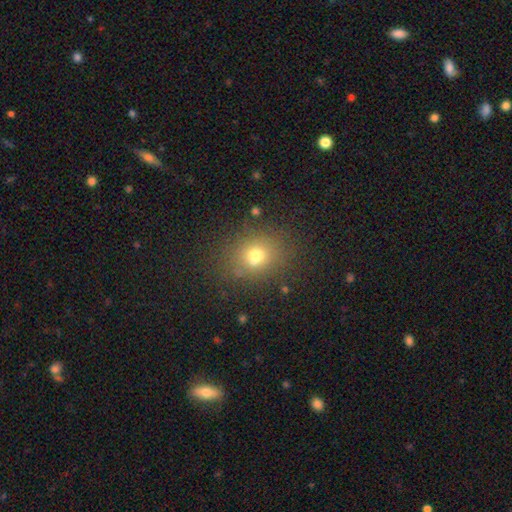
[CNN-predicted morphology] Smooth or featured: smooth — 69% (star or artifact — 18%)
How rounded: round — 64% (in between — 35%)
Merging: none — 74% (minor disturbance — 13%)